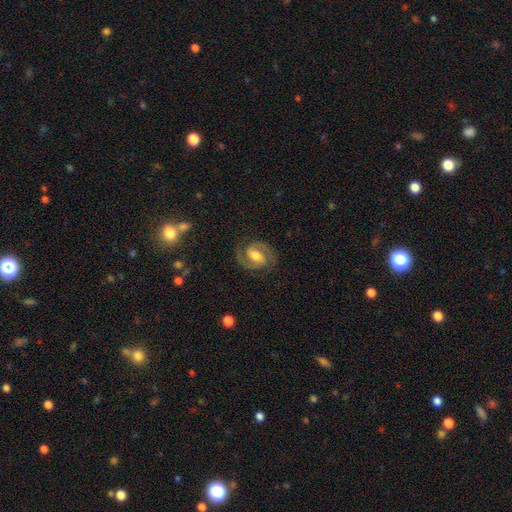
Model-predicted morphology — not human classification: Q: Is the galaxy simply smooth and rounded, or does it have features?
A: featured or disk — 88%.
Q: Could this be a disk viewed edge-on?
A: no — 98%.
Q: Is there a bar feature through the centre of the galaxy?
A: weak — 47%.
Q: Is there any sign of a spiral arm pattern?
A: yes — 97%.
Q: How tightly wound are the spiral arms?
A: medium — 56%.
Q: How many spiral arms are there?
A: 2 — 94%.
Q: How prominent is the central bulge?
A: moderate — 65%.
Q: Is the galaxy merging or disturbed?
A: none — 82%.